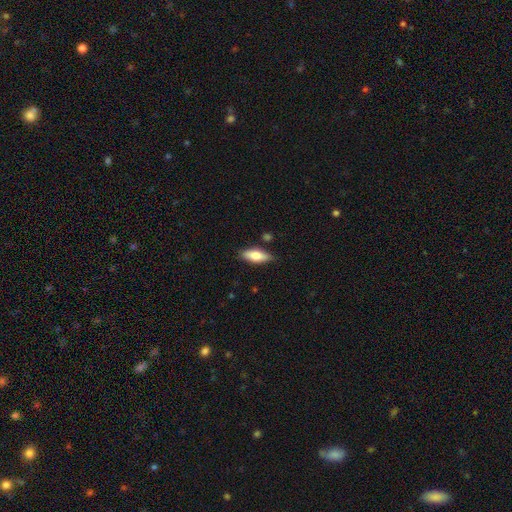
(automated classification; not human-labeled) A smooth galaxy with no disk features (71%) that is in between round and cigar-shaped (70%).

Vote fractions:
- Smooth or featured? smooth: 71% / featured or disk: 23% / star or artifact: 6%
- How rounded? in between: 70% / cigar-shaped: 27% / round: 2%
- Merging? none: 81% / minor disturbance: 13% / merger: 3% / major disturbance: 2%